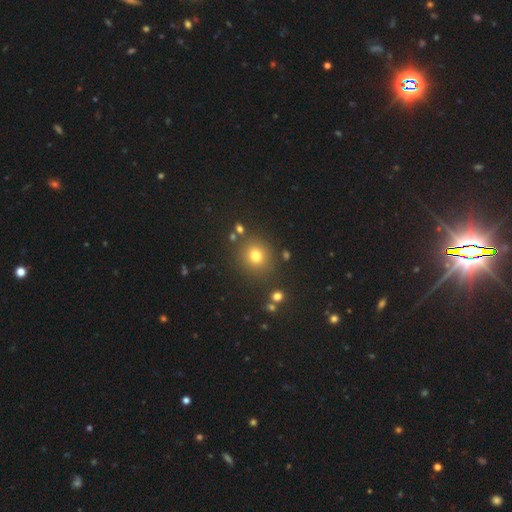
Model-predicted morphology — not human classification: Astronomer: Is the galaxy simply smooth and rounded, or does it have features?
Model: smooth — 75%.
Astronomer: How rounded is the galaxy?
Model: round — 86%.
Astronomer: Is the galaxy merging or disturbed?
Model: none — 83%.